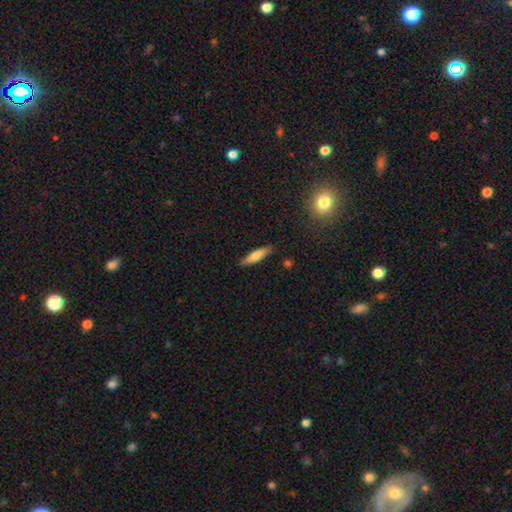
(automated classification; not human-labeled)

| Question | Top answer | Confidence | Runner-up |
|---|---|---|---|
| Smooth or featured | smooth | 73% | featured or disk (20%) |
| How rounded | cigar-shaped | 73% | in between (25%) |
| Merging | none | 86% | minor disturbance (10%) |